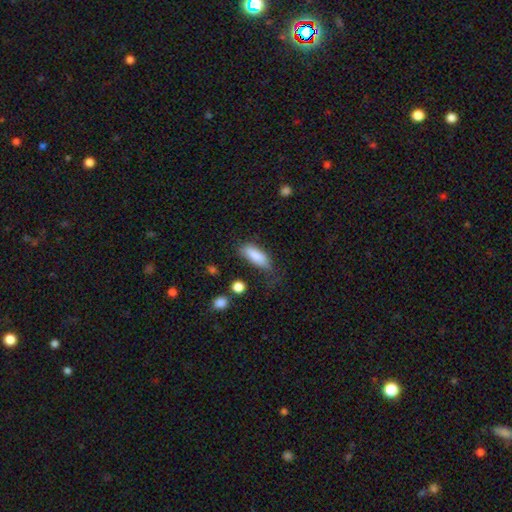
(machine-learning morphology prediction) Smooth or featured? Predicted: smooth (p=0.86). How rounded? Predicted: in between (p=0.72). Merging? Predicted: none (p=0.52).